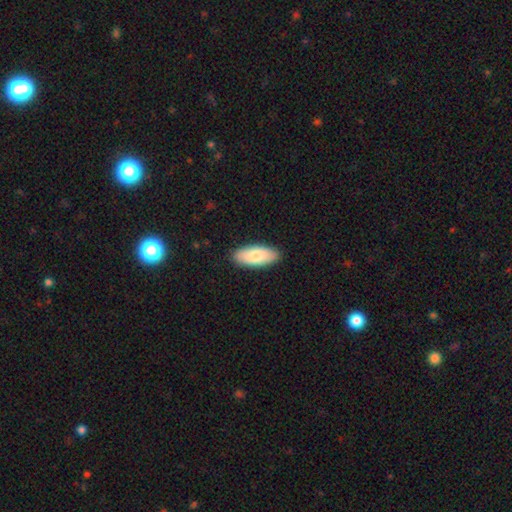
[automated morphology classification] smooth-or-featured: smooth: 81% | featured or disk: 14% | star or artifact: 5%
  how-rounded: in between: 86% | cigar-shaped: 12% | round: 2%
  merging: none: 89% | minor disturbance: 8% | major disturbance: 2% | merger: 1%